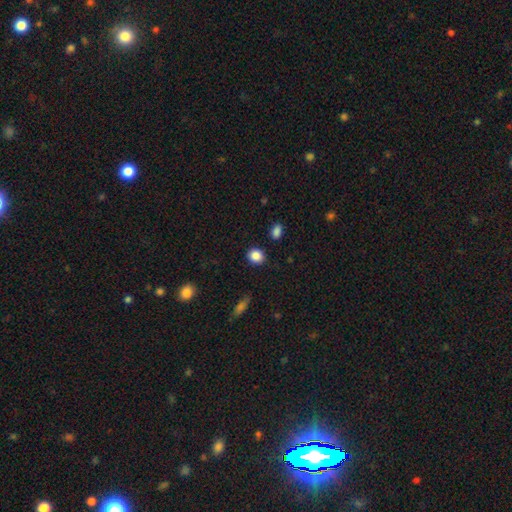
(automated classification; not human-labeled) Smooth or featured: smooth — 87% (star or artifact — 9%)
How rounded: round — 71% (in between — 28%)
Merging: none — 88% (minor disturbance — 7%)